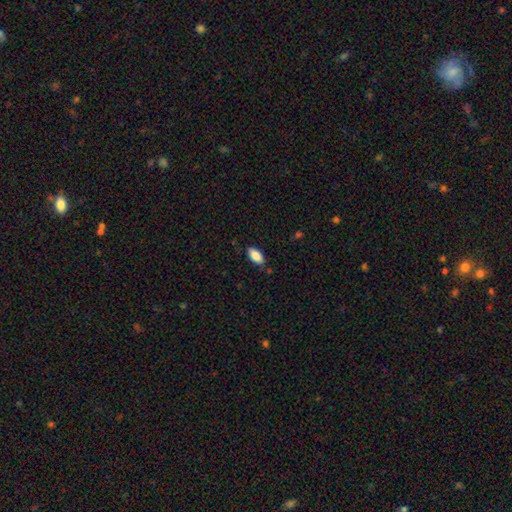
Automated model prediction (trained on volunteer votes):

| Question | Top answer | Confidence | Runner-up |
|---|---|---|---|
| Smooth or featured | smooth | 86% | featured or disk (7%) |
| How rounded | in between | 91% | cigar-shaped (7%) |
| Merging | none | 83% | minor disturbance (13%) |